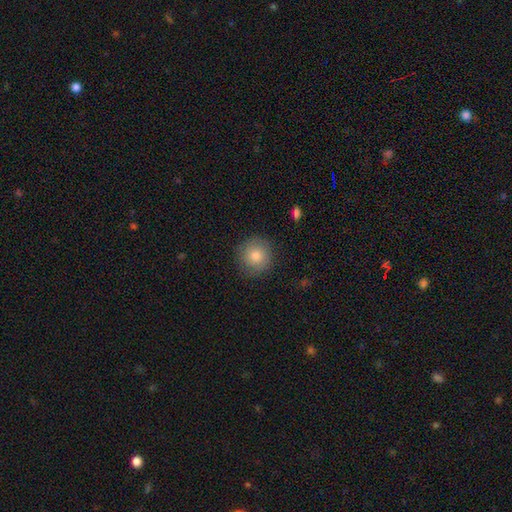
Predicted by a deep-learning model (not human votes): A smooth galaxy with no disk features (78%) that is round (94%).

Vote fractions:
- Smooth or featured? smooth: 78% / featured or disk: 12% / star or artifact: 10%
- How rounded? round: 94% / in between: 5% / cigar-shaped: 1%
- Merging? none: 87% / minor disturbance: 10% / major disturbance: 3% / merger: 1%